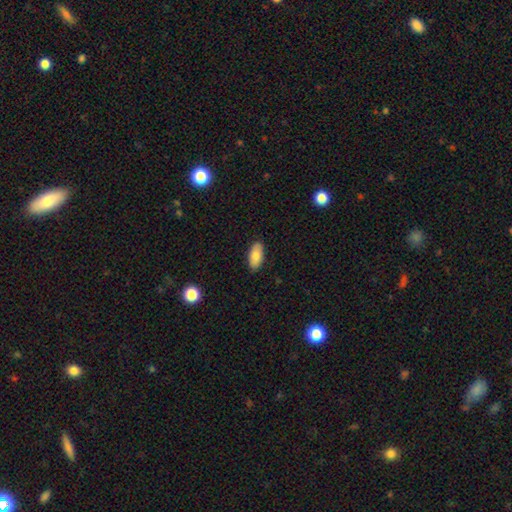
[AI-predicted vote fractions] A smooth galaxy with no disk features (84%) that is in between round and cigar-shaped (92%). Merging: none (87%).